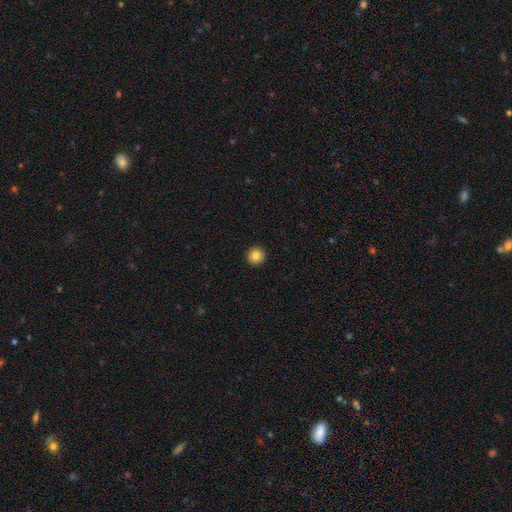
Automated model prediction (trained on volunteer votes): Morphology: type=smooth (83%); roundness=round (96%); merging=none (94%).